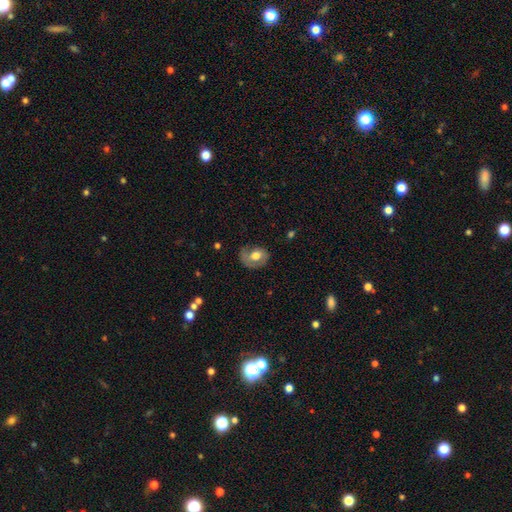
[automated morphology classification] A smooth galaxy with no disk features (49%).

Vote fractions:
- Smooth or featured? smooth: 49% / featured or disk: 44% / star or artifact: 7%
- Merging? none: 52% / minor disturbance: 28% / major disturbance: 19% / merger: 2%